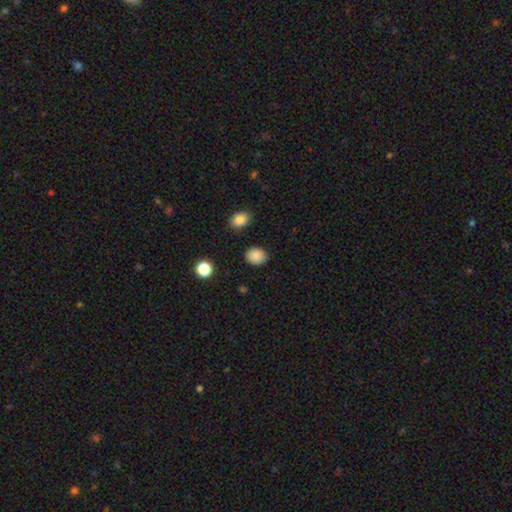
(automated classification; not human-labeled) Smooth or featured: smooth — 86% (star or artifact — 9%)
How rounded: round — 55% (in between — 45%)
Merging: none — 86% (minor disturbance — 9%)